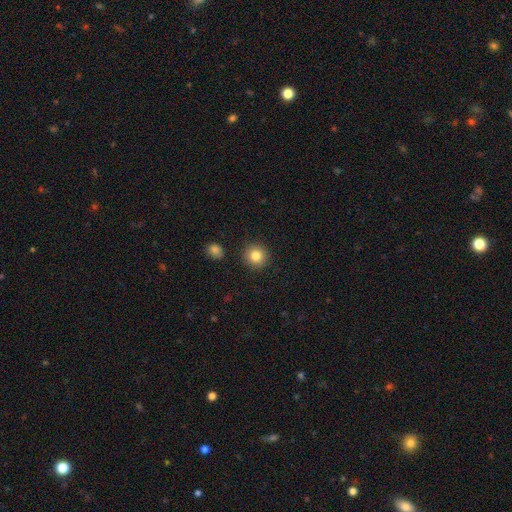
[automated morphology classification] The model was most divided on "smooth or featured": smooth: 83%, star or artifact: 10%, featured or disk: 7%. More confident: how rounded — round (93%); merging — none (90%).